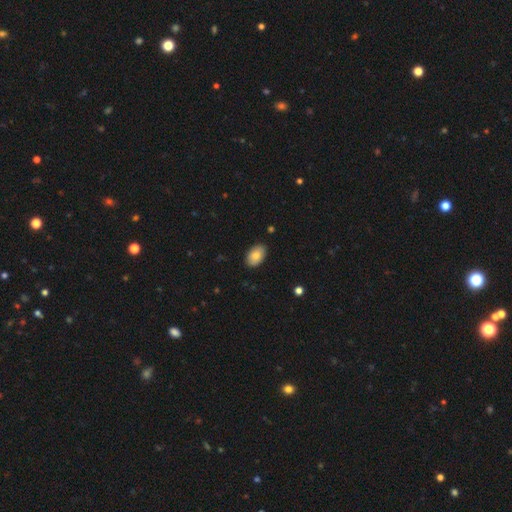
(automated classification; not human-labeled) This appears to be a smooth galaxy with no disk features (83%) that is in between round and cigar-shaped (92%). Merging: none (87%).